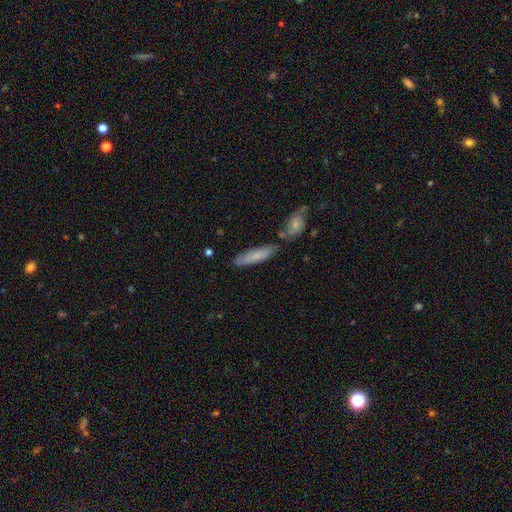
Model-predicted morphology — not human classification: Smooth or featured? smooth (72%)
How rounded? cigar-shaped (71%)
Merging? none (65%)